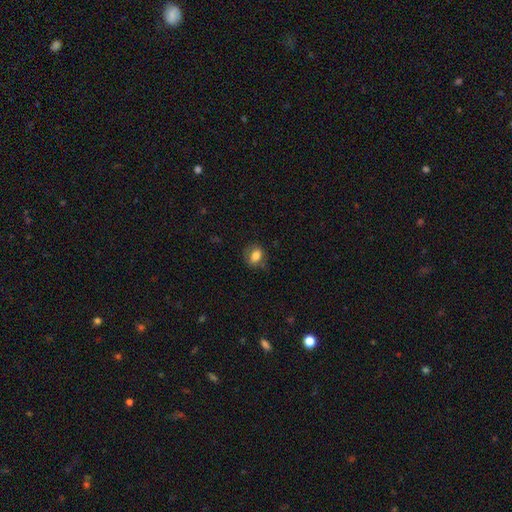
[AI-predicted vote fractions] The model was most divided on "how rounded": in between: 68%, round: 31%, cigar-shaped: 2%. More confident: smooth or featured — smooth (79%); merging — none (67%).